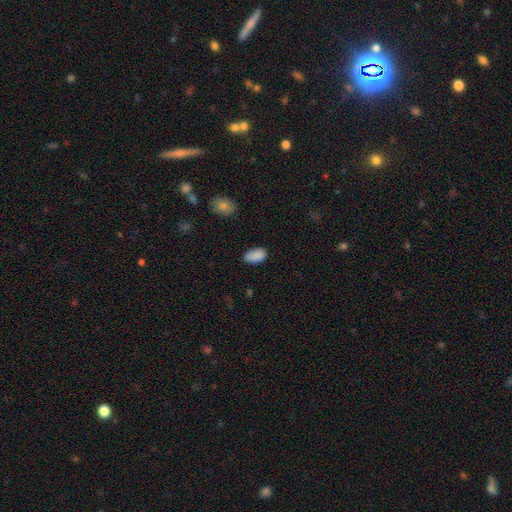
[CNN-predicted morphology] type=smooth (88%); roundness=in between (94%); merging=none (76%).